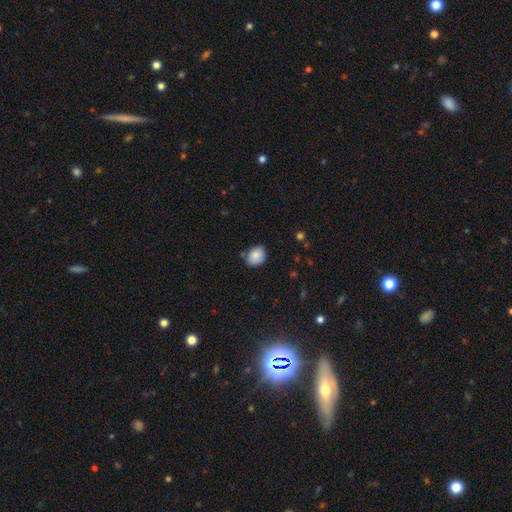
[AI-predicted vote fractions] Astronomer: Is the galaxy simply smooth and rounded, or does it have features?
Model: smooth — 86%.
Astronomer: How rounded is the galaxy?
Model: in between — 55% (runner-up: round, 44%).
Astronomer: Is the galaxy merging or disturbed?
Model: none — 74%.